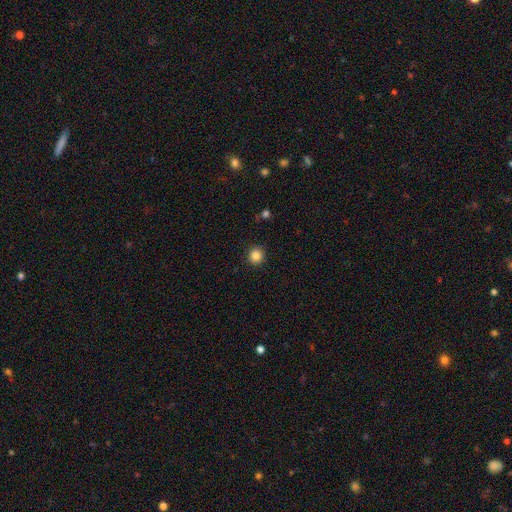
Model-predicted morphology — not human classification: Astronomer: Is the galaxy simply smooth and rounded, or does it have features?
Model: smooth — 84%.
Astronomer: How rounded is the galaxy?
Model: round — 94%.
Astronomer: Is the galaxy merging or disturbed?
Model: none — 92%.